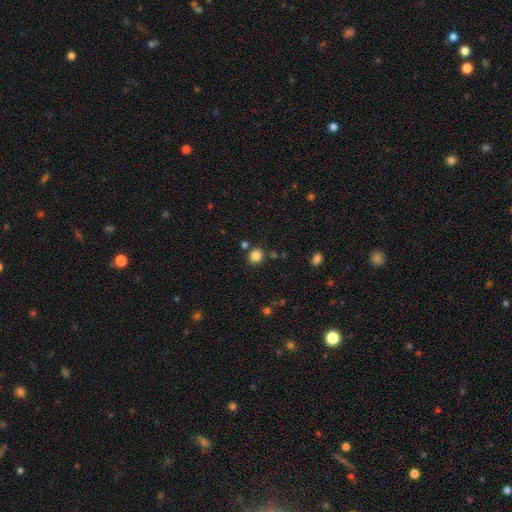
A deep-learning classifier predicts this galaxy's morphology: A smooth galaxy with no disk features (84%) that is round (80%). Merging: none (81%).